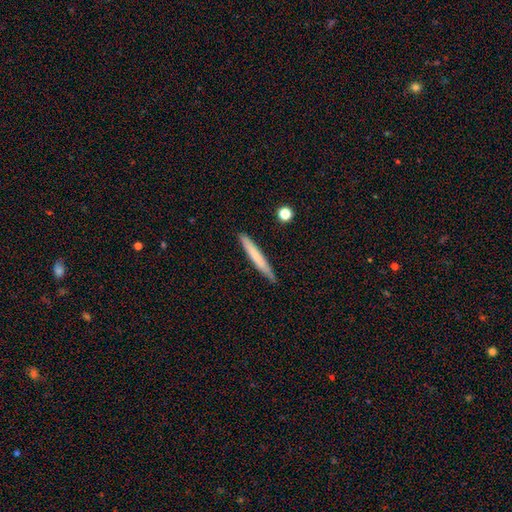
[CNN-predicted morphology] A smooth galaxy with no disk features (65%) that is cigar-shaped (96%). Merging: none (86%).